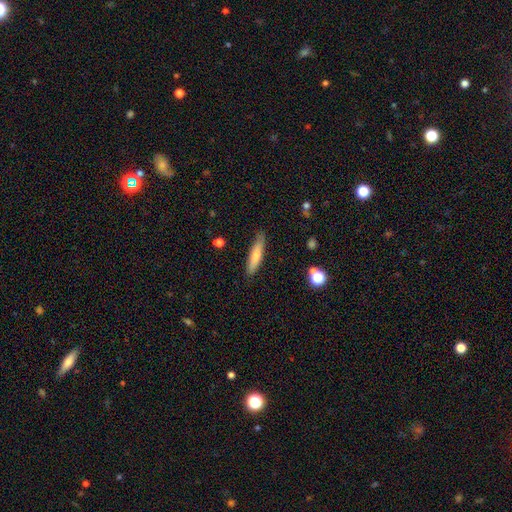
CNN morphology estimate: Q: Smooth or featured?
A: smooth (72%); runner-up: featured or disk (22%)
Q: How rounded?
A: cigar-shaped (82%); runner-up: in between (16%)
Q: Merging?
A: none (84%); runner-up: minor disturbance (12%)